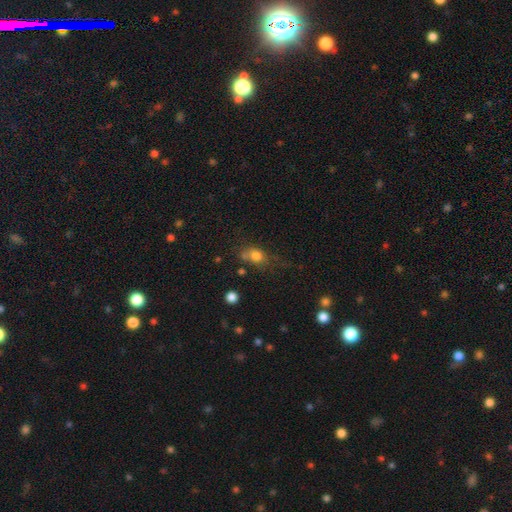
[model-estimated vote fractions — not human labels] A smooth galaxy with no disk features (77%) that is in between round and cigar-shaped (53%).

Vote fractions:
- Smooth or featured? smooth: 77% / star or artifact: 12% / featured or disk: 11%
- How rounded? in between: 53% / round: 44% / cigar-shaped: 3%
- Merging? none: 46% / minor disturbance: 25% / major disturbance: 15% / merger: 14%